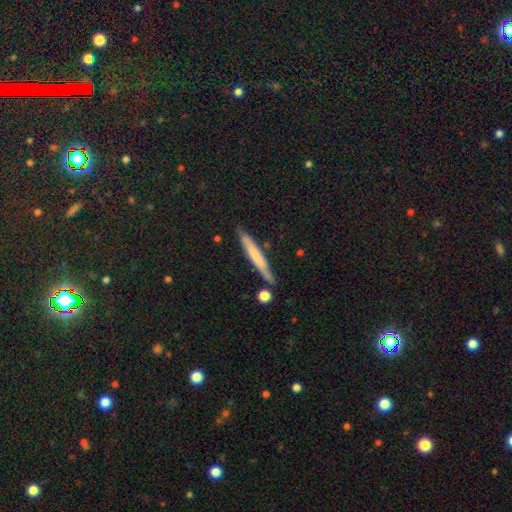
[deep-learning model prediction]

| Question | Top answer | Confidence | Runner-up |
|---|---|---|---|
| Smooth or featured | smooth | 57% | featured or disk (37%) |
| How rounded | cigar-shaped | 95% | in between (4%) |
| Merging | none | 78% | minor disturbance (15%) |